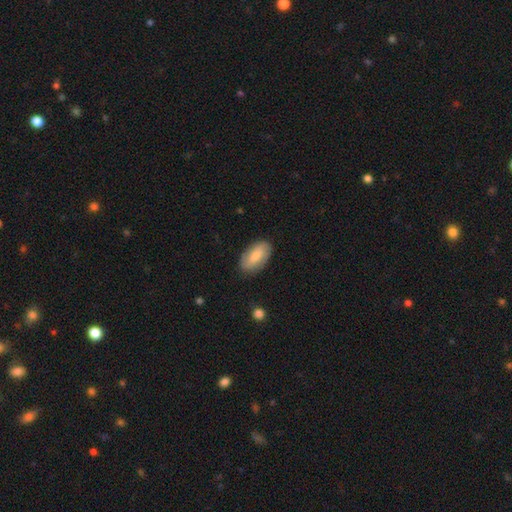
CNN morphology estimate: A smooth galaxy with no disk features (70%) that is in between round and cigar-shaped (93%). Merging: none (85%).